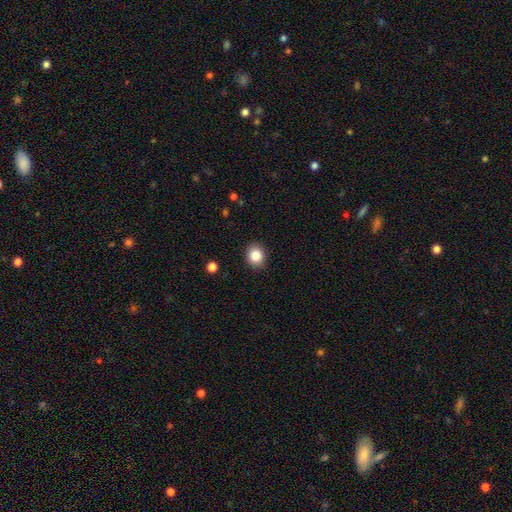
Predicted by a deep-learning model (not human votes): Smooth or featured? Predicted: smooth (p=0.85). How rounded? Predicted: round (p=0.65). Merging? Predicted: none (p=0.89).